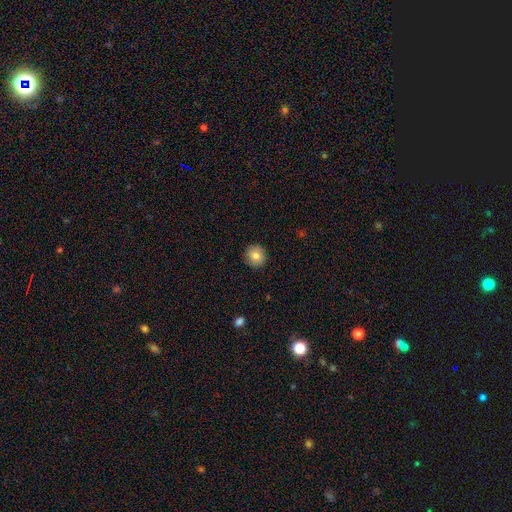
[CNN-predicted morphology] smooth-or-featured: smooth: 80% | featured or disk: 11% | star or artifact: 9%
  how-rounded: round: 90% | in between: 9% | cigar-shaped: 1%
  merging: none: 90% | minor disturbance: 7% | major disturbance: 2% | merger: 1%